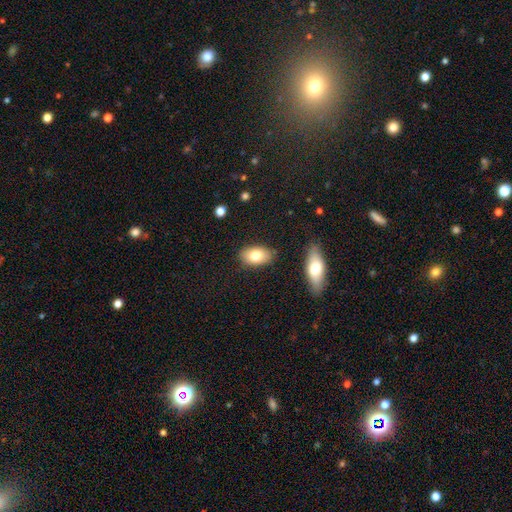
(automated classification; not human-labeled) This appears to be a smooth galaxy with no disk features (79%) that is in between round and cigar-shaped (91%). Merging: none (84%).